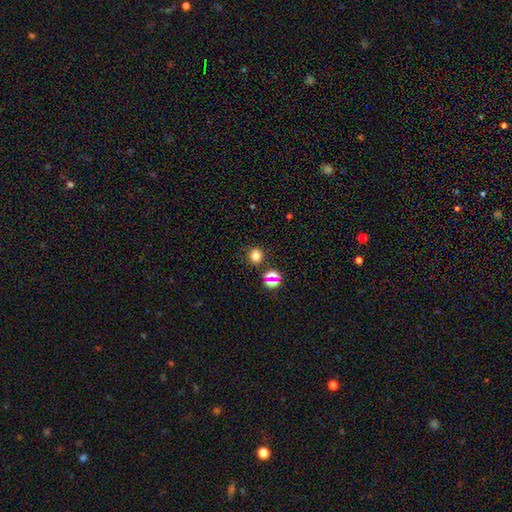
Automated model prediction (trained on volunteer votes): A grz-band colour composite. It shows a smooth galaxy with no disk features (76%) that is round (87%). Merging: none (81%).